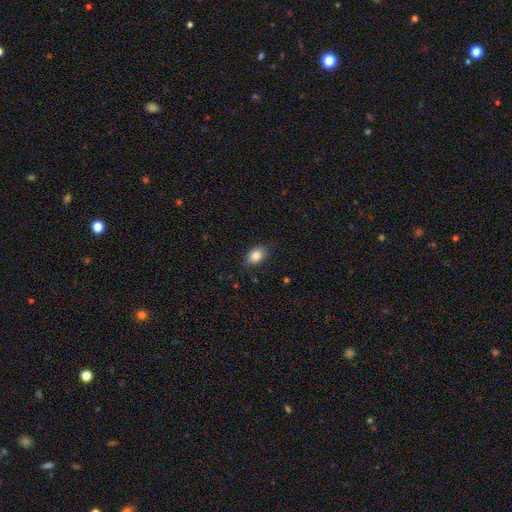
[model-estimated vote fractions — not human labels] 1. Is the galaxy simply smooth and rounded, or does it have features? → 86% smooth, 8% star or artifact, 6% featured or disk.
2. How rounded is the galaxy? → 86% in between, 13% round, 1% cigar-shaped.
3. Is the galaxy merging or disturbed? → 85% none, 11% minor disturbance, 2% major disturbance, 1% merger.